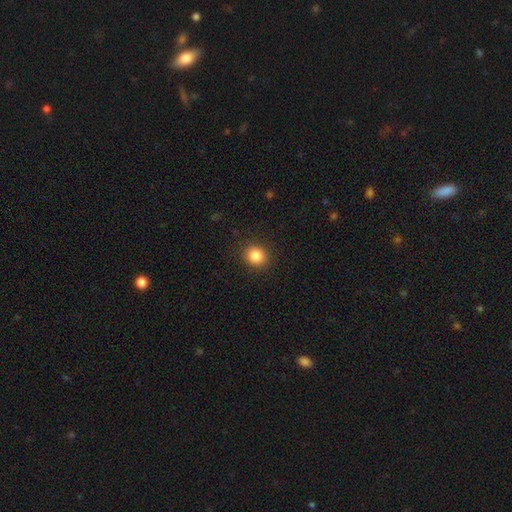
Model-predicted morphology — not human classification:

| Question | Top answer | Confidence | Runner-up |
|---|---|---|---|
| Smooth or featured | smooth | 86% | star or artifact (10%) |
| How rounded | round | 79% | in between (20%) |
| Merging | none | 90% | minor disturbance (7%) |